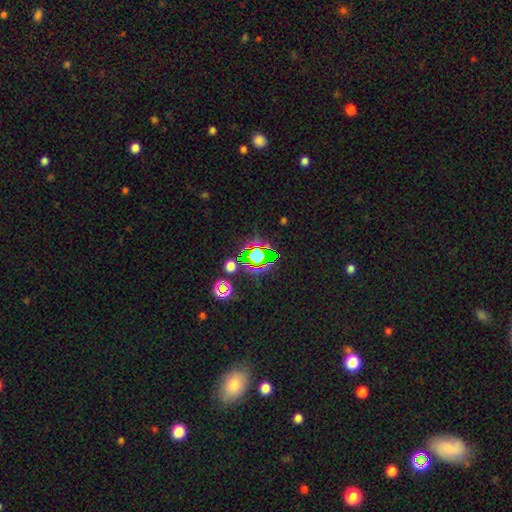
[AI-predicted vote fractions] Q: Smooth or featured?
A: star or artifact (64%); runner-up: smooth (22%)